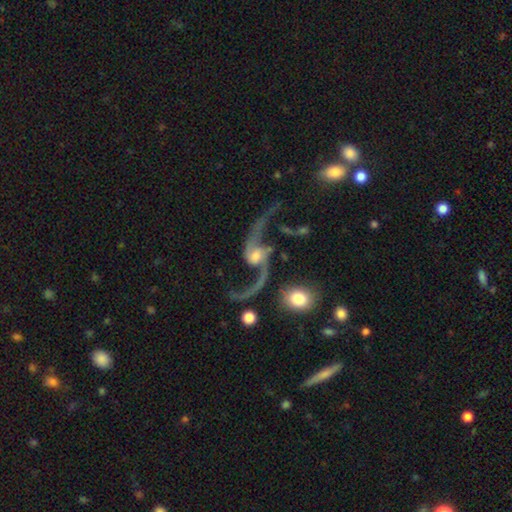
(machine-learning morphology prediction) A featured or disk galaxy (89%) with no bar (54%), 2 (93%) loose (92%) spiral arms (96%) and a moderate central bulge (48%).

Vote fractions:
- Smooth or featured? featured or disk: 89% / star or artifact: 5% / smooth: 5%
- Edge-on disk? no: 96% / yes: 4%
- Bar? no: 54% / weak: 33% / strong: 14%
- Spiral arms? yes: 96% / no: 4%
- Spiral winding? loose: 92% / medium: 6% / tight: 2%
- Spiral arm count? 2: 93% / 1: 2% / can't tell: 1% / 3: 1% / 4: 1% / more than 4: 1%
- Bulge size? moderate: 48% / small: 31% / large: 13% / none: 5% / dominant: 3%
- Merging? none: 50% / major disturbance: 21% / merger: 15% / minor disturbance: 14%